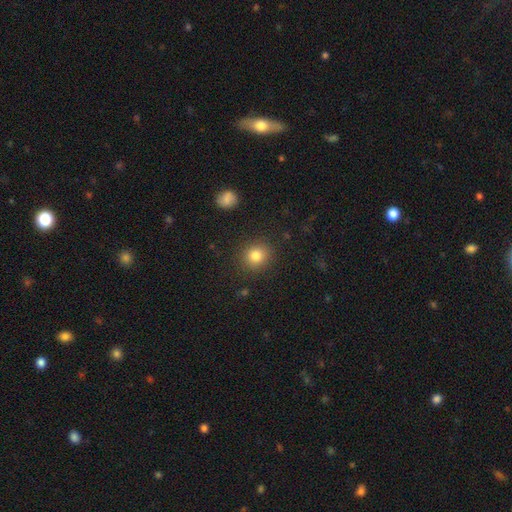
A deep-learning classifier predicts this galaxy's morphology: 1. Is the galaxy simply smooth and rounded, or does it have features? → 82% smooth, 12% star or artifact, 6% featured or disk.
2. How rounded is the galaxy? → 83% round, 16% in between, 1% cigar-shaped.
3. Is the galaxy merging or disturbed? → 88% none, 8% minor disturbance, 3% major disturbance, 2% merger.